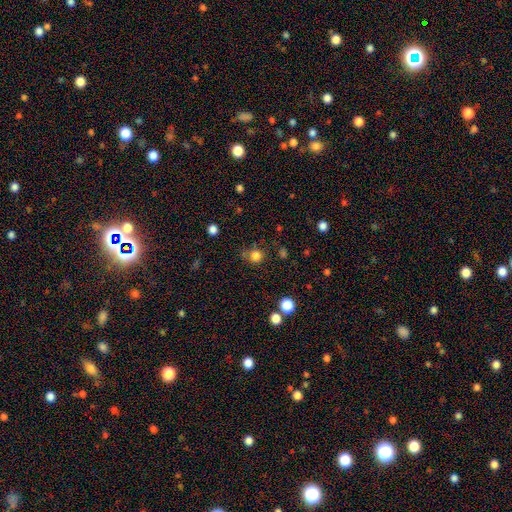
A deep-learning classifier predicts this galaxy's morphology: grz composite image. It shows a smooth galaxy with no disk features (81%) that is round (91%). Merging: none (75%).